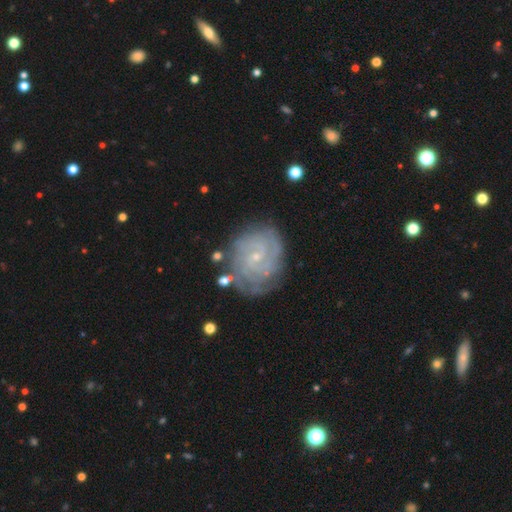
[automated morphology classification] Smooth or featured: featured or disk — 75% (smooth — 14%)
Edge-on disk: no — 97% (yes — 3%)
Bar: no — 62% (weak — 32%)
Spiral arms: yes — 93% (no — 7%)
Spiral winding: tight — 74% (medium — 21%)
Spiral arm count: can't tell — 39% (2 — 17%)
Bulge size: small — 81% (moderate — 14%)
Merging: none — 75% (minor disturbance — 16%)